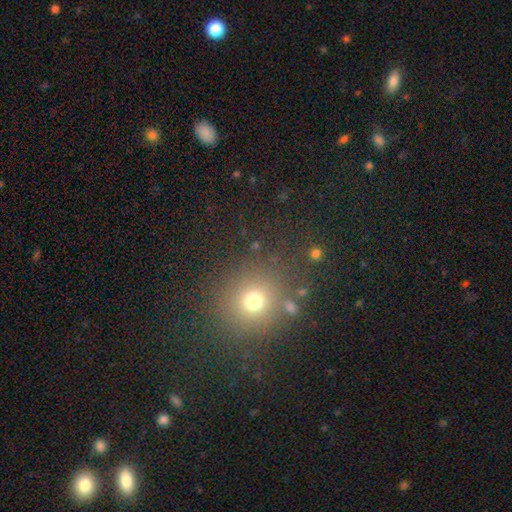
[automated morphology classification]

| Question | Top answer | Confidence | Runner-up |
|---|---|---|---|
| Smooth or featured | smooth | 60% | star or artifact (32%) |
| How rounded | round | 87% | in between (12%) |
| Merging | none | 85% | minor disturbance (8%) |